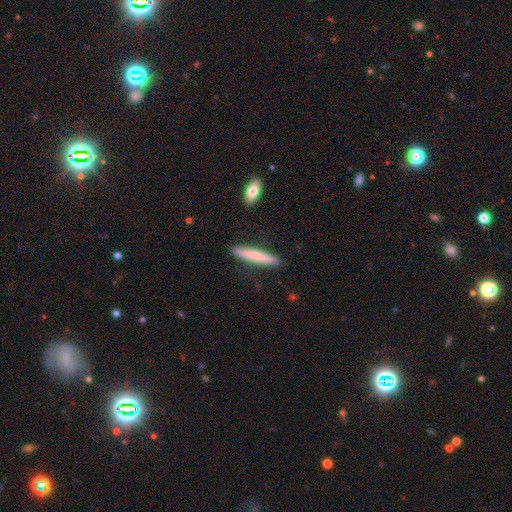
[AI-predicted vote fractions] smooth 75%, featured or disk 19%, star or artifact 5%. Down the decision tree: how rounded — cigar-shaped (94%); merging — none (90%).